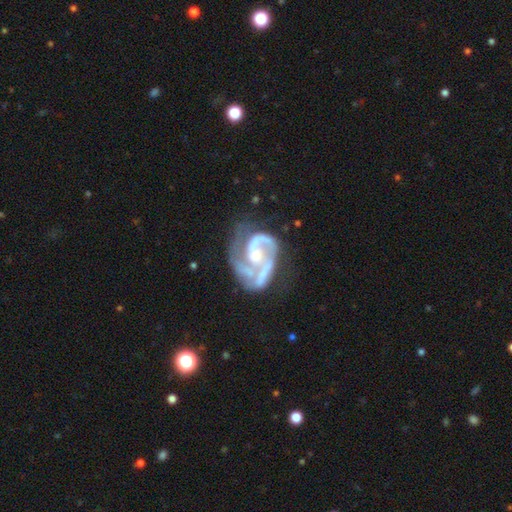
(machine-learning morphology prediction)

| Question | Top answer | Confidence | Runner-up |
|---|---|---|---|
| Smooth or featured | featured or disk | 85% | smooth (10%) |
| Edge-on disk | no | 98% | yes (2%) |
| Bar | no | 65% | weak (27%) |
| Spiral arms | yes | 88% | no (12%) |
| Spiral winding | medium | 45% | tight (33%) |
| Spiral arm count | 2 | 44% | 1 (28%) |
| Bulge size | moderate | 48% | small (38%) |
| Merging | major disturbance | 34% | none (32%) |